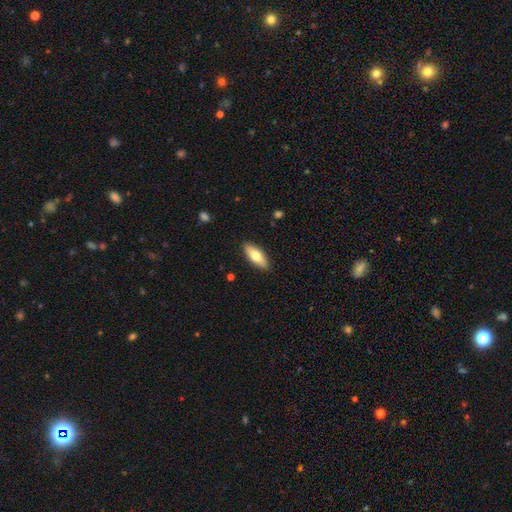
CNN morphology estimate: Smooth or featured? Predicted: smooth (p=0.72). How rounded? Predicted: in between (p=0.70). Merging? Predicted: none (p=0.88).